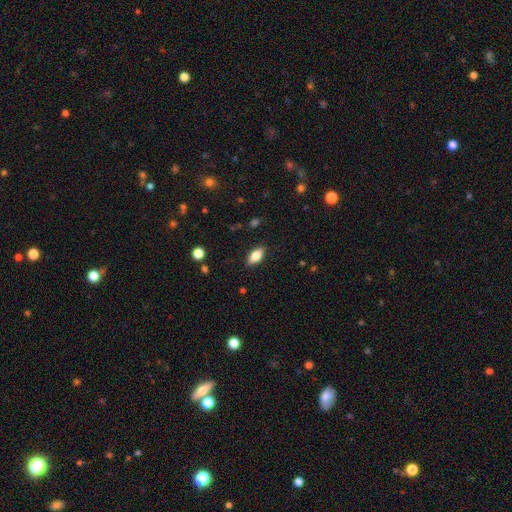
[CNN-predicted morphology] smooth_or_featured: smooth (p=0.80) [alt: featured or disk p=0.12]
how_rounded: in between (p=0.87) [alt: cigar-shaped p=0.09]
merging: none (p=0.86) [alt: minor disturbance p=0.11]